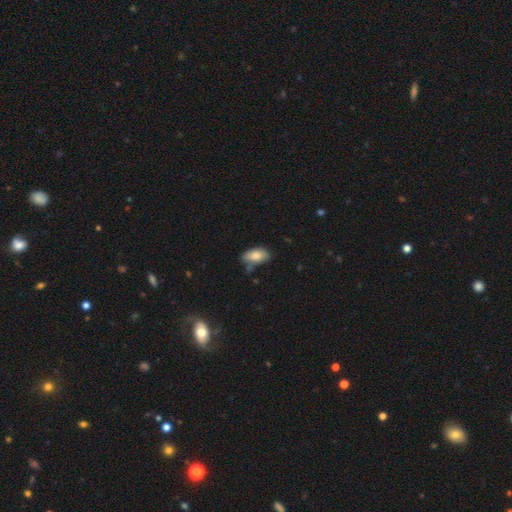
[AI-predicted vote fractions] Smooth or featured?
  - smooth: 82% *
  - featured or disk: 11%
  - star or artifact: 7%
How rounded?
  - in between: 92% *
  - round: 4%
  - cigar-shaped: 4%
Merging?
  - none: 62% *
  - minor disturbance: 26%
  - merger: 7%
  - major disturbance: 5%